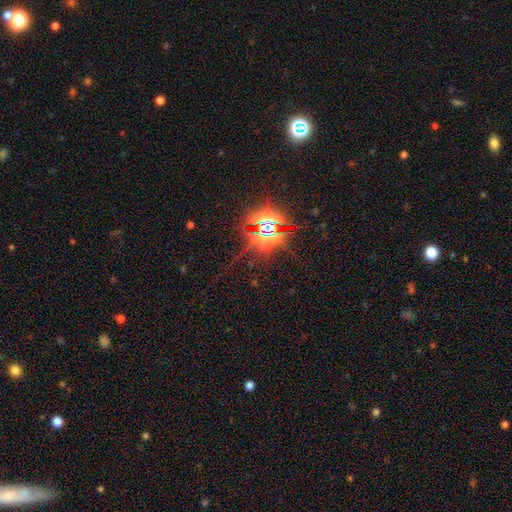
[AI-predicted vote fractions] A star or artifact, not a galaxy (84%).